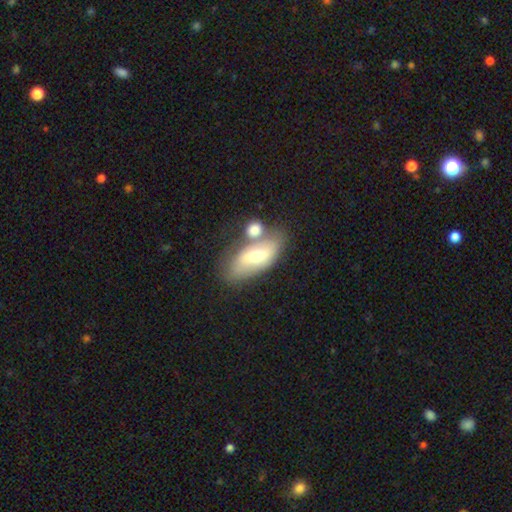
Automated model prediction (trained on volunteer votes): A smooth galaxy with no disk features (47%).

Vote fractions:
- Smooth or featured? smooth: 47% / featured or disk: 45% / star or artifact: 7%
- Merging? none: 50% / merger: 27% / minor disturbance: 17% / major disturbance: 7%